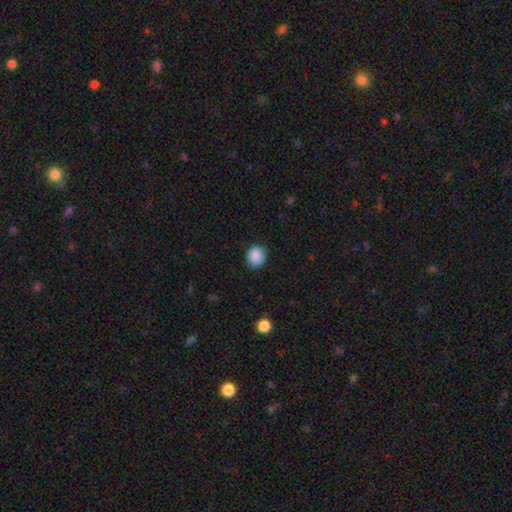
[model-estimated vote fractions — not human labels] Smooth or featured: smooth — 89% (star or artifact — 9%)
How rounded: round — 80% (in between — 19%)
Merging: none — 86% (minor disturbance — 10%)